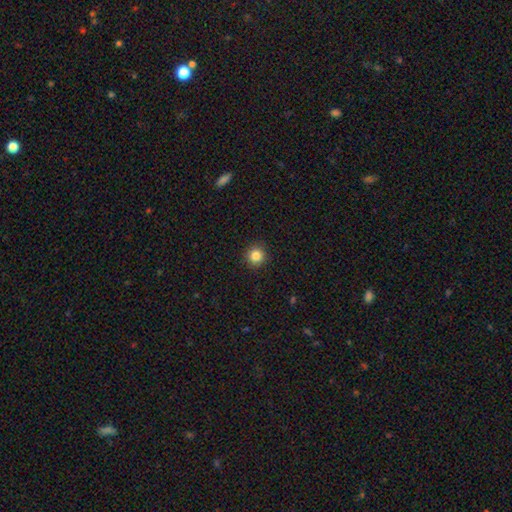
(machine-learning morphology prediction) type=smooth (84%); roundness=round (94%); merging=none (92%).